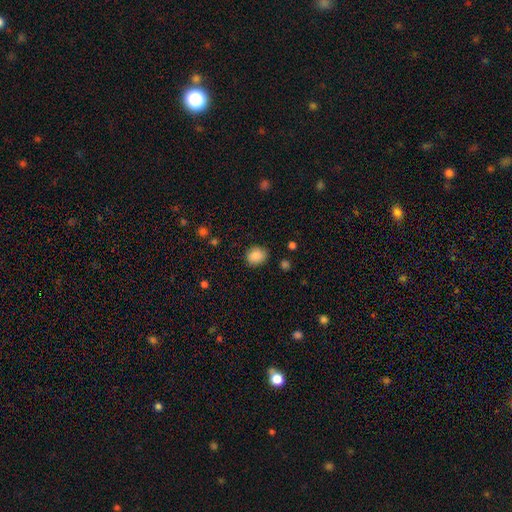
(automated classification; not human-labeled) Overall: smooth (87%). How rounded: round (65%; in between 34%). Merging: none (85%).